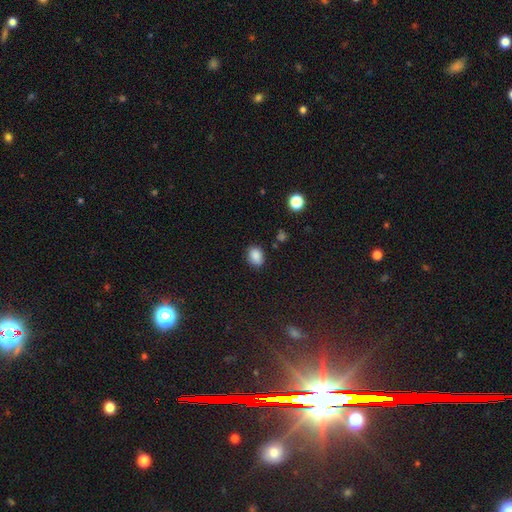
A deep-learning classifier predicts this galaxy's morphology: Smooth or featured: smooth — 86% (star or artifact — 10%)
How rounded: in between — 59% (round — 40%)
Merging: none — 80% (minor disturbance — 15%)